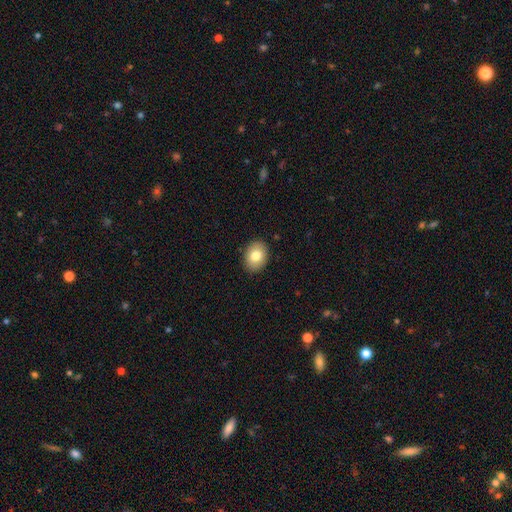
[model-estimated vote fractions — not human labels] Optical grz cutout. It shows a smooth galaxy with no disk features (80%) that is in between round and cigar-shaped (67%). Merging: none (90%).